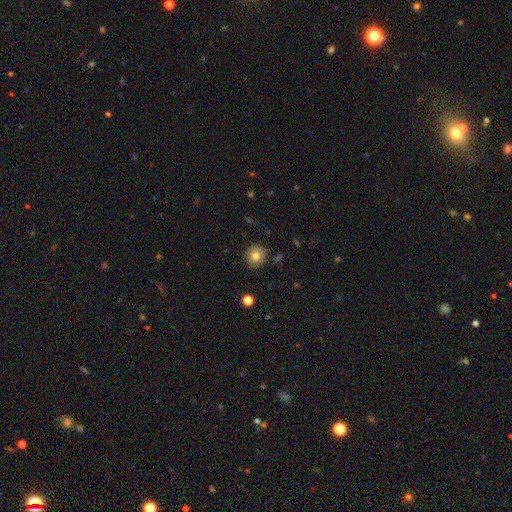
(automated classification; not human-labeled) smooth 76%, featured or disk 14%, star or artifact 10%. Down the decision tree: how rounded — round (93%); merging — none (89%).